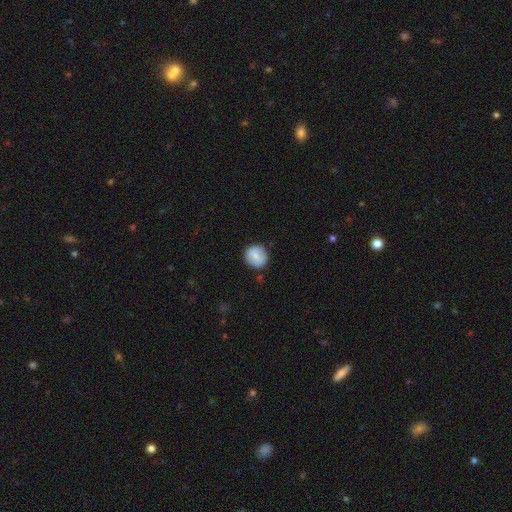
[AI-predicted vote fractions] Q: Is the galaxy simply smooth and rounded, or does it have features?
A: smooth — 74%.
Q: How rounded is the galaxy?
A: round — 92%.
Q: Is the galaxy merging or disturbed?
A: none — 85%.